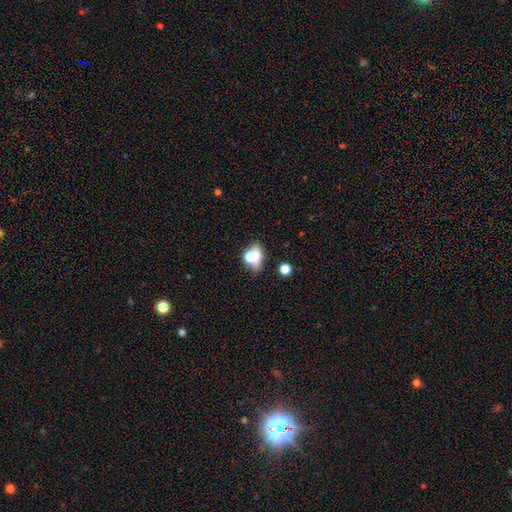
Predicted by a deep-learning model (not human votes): Q: Smooth or featured?
A: smooth (66%); runner-up: featured or disk (18%)
Q: How rounded?
A: in between (58%); runner-up: round (39%)
Q: Merging?
A: none (53%); runner-up: merger (21%)